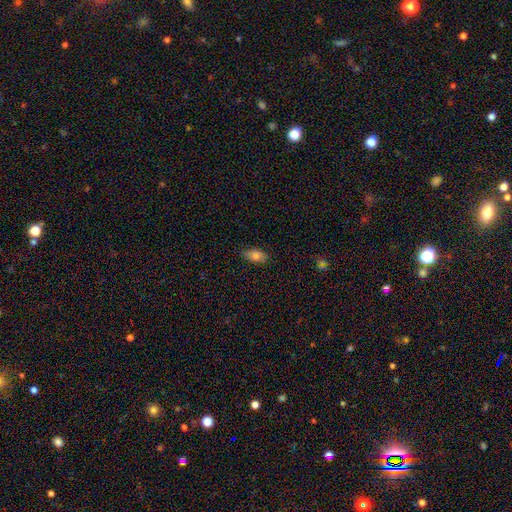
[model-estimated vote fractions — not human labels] smooth_or_featured: smooth (p=0.78) [alt: featured or disk p=0.12]
how_rounded: in between (p=0.87) [alt: cigar-shaped p=0.07]
merging: none (p=0.82) [alt: minor disturbance p=0.14]